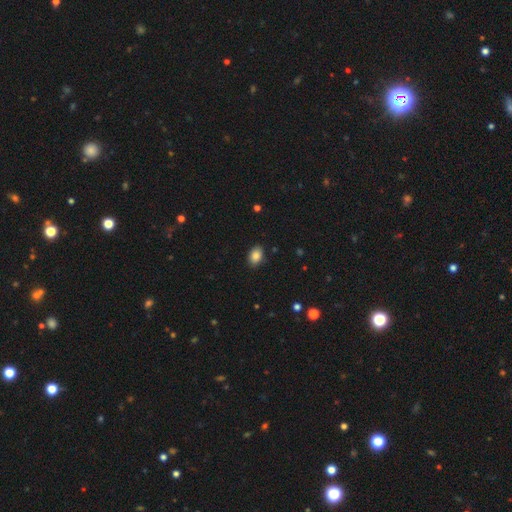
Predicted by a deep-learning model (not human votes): smooth_or_featured: smooth (p=0.86) [alt: star or artifact p=0.09]
how_rounded: in between (p=0.83) [alt: round p=0.16]
merging: none (p=0.88) [alt: minor disturbance p=0.09]